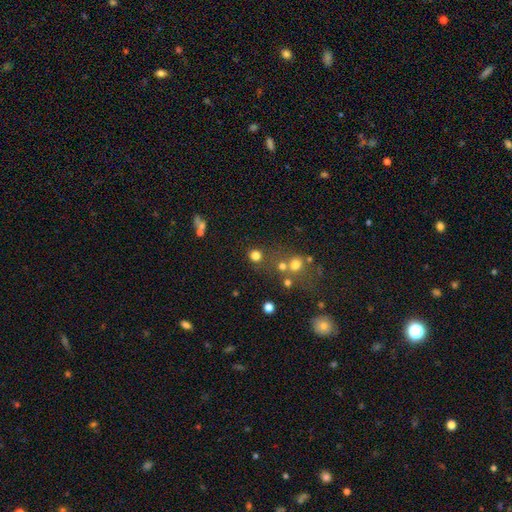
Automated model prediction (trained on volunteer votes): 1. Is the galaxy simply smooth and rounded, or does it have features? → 75% smooth, 18% star or artifact, 7% featured or disk.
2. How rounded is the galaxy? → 91% round, 8% in between, 1% cigar-shaped.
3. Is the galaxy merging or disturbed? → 74% none, 14% merger, 8% minor disturbance, 5% major disturbance.